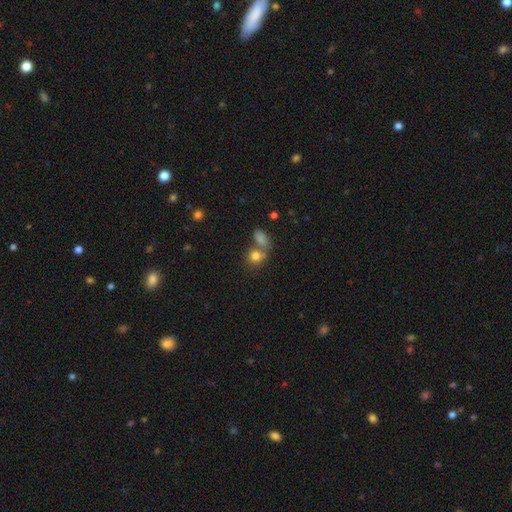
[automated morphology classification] This is likely a smooth galaxy (80%). How rounded: likely round (68%). Merging: possibly none (46%).